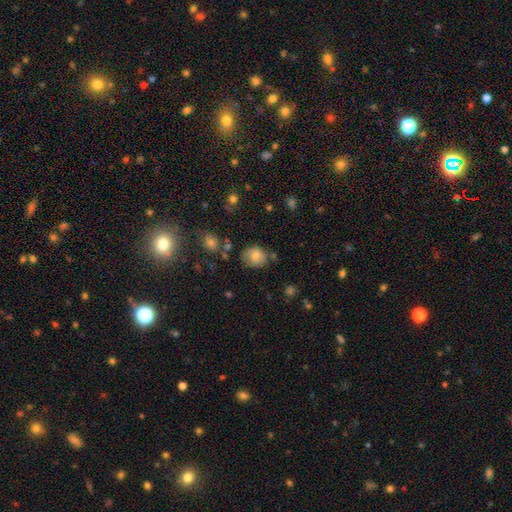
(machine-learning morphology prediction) Smooth or featured? Predicted: smooth (p=0.73). How rounded? Predicted: round (p=0.66). Merging? Predicted: none (p=0.61).